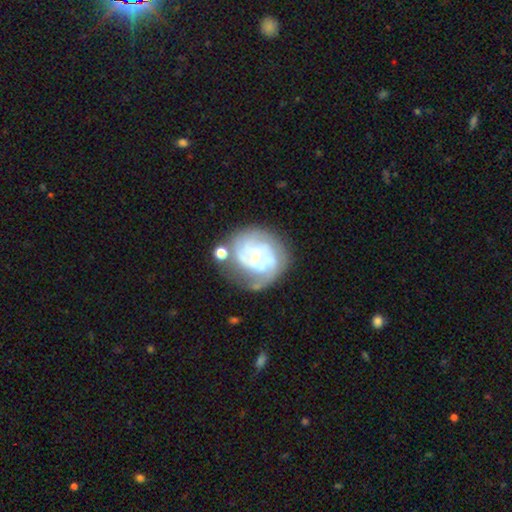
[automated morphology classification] This is likely a featured or disk galaxy (78%). It is clearly not viewed edge-on (98%). Bar: likely no (61%). Spiral arm pattern: clearly yes (89%). Spiral arm count: marginally 2 (30%, tied with can't tell). Spiral winding: possibly tight (58%). Central bulge: possibly small (56%). Merging: possibly none (52%).